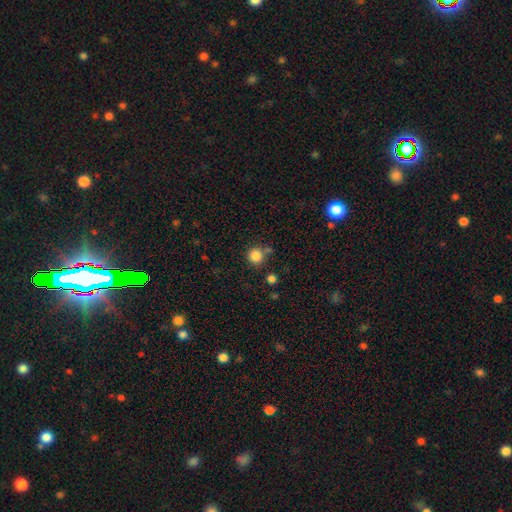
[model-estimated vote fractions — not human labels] Smooth or featured? smooth (85%)
How rounded? round (92%)
Merging? none (74%)